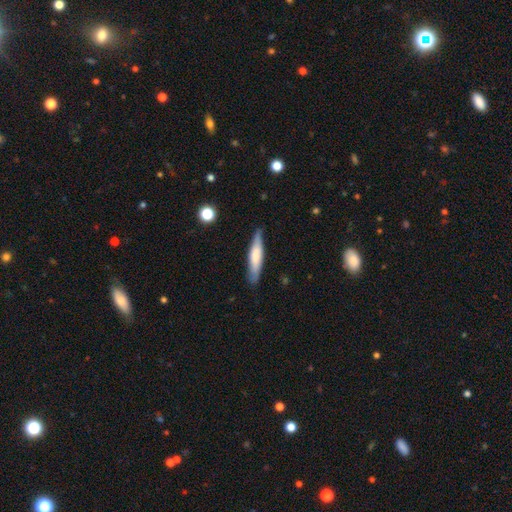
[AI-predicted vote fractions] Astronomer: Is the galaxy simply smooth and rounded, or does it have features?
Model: smooth — 61%.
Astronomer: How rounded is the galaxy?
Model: cigar-shaped — 82%.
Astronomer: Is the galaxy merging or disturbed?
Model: none — 83%.